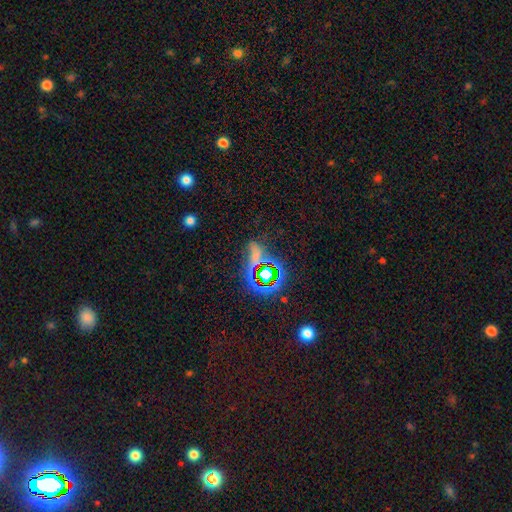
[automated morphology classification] Smooth or featured: star or artifact — 58% (smooth — 29%)